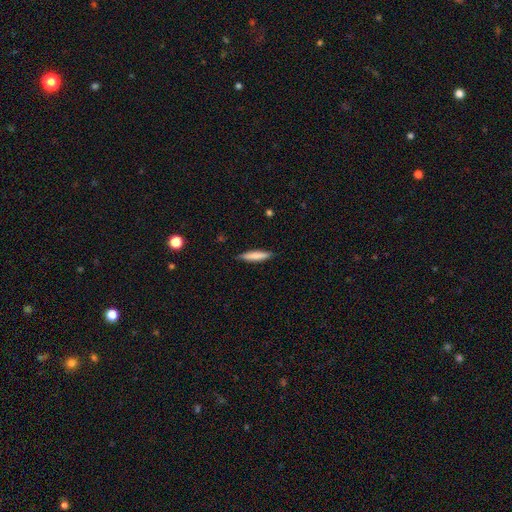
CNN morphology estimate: Smooth or featured: smooth — 78% (featured or disk — 16%)
How rounded: cigar-shaped — 86% (in between — 13%)
Merging: none — 88% (minor disturbance — 9%)